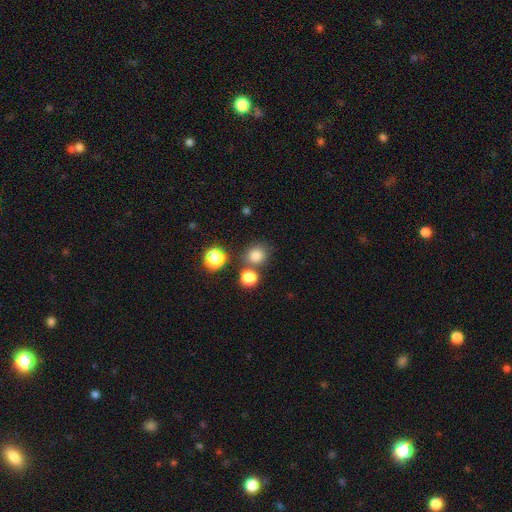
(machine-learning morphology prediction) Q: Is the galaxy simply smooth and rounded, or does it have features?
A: smooth — 79%.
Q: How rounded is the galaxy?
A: round — 85%.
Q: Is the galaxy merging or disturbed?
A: none — 70%.